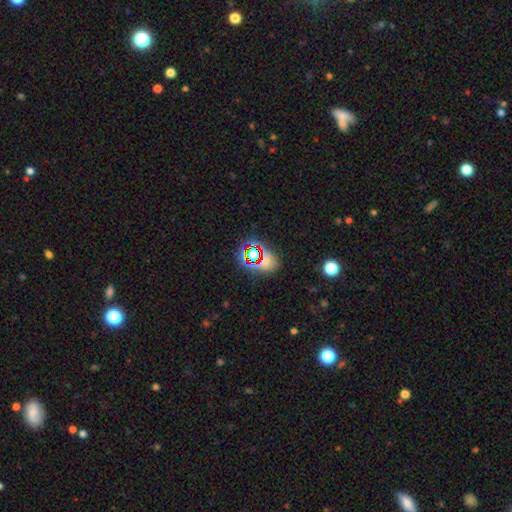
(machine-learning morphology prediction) smooth_or_featured: star or artifact (p=0.59) [alt: smooth p=0.31]